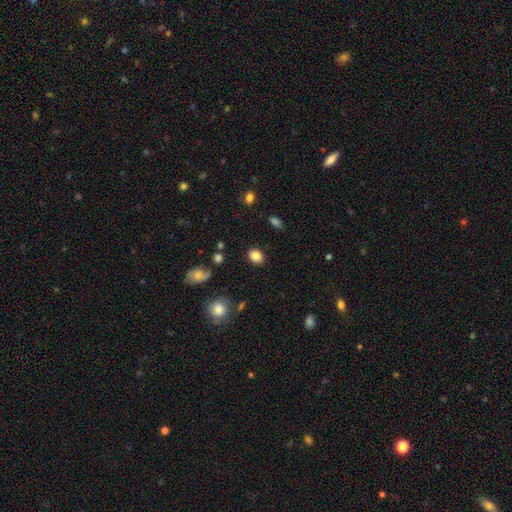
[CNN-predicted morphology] A smooth galaxy with no disk features (84%) that is in between round and cigar-shaped (60%).

Vote fractions:
- Smooth or featured? smooth: 84% / star or artifact: 10% / featured or disk: 6%
- How rounded? in between: 60% / round: 39% / cigar-shaped: 1%
- Merging? none: 85% / minor disturbance: 10% / major disturbance: 3% / merger: 2%